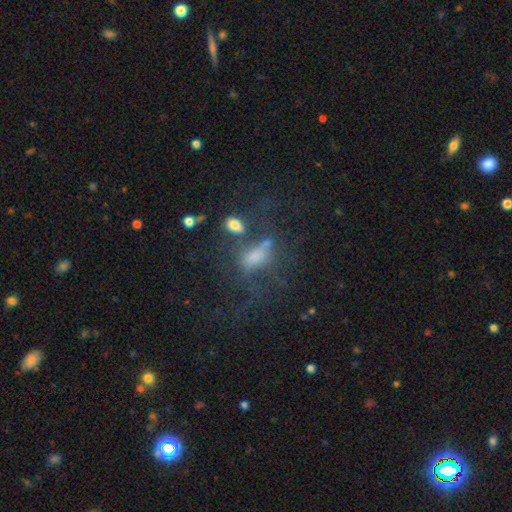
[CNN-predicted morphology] Smooth or featured? Predicted: smooth (p=0.46). Merging? Predicted: none (p=0.33).